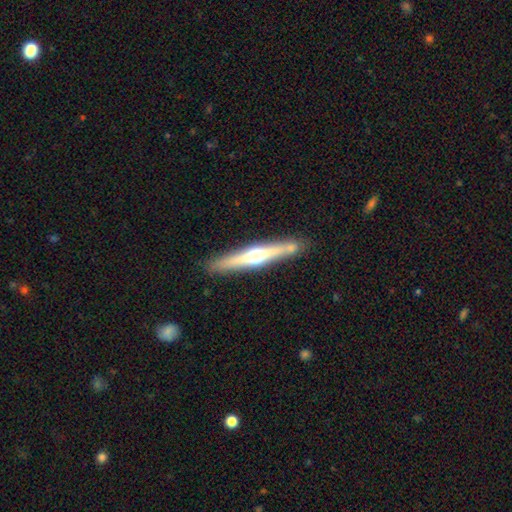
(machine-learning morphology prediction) A featured or disk galaxy (67%) viewed edge-on (96%) with a rounded central bulge (93%). Merging: none (86%).